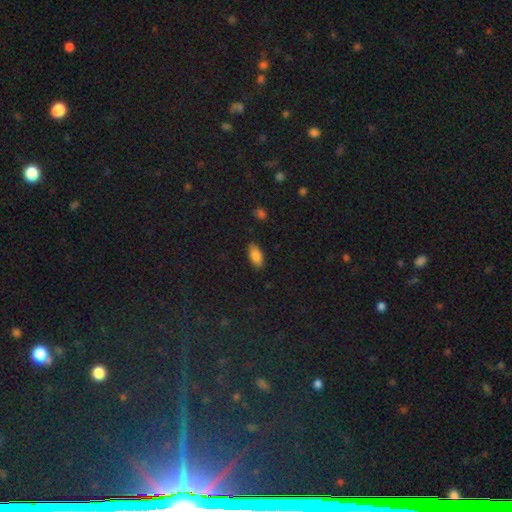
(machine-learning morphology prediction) Q: Smooth or featured?
A: smooth (85%); runner-up: star or artifact (8%)
Q: How rounded?
A: in between (90%); runner-up: cigar-shaped (7%)
Q: Merging?
A: none (86%); runner-up: minor disturbance (10%)